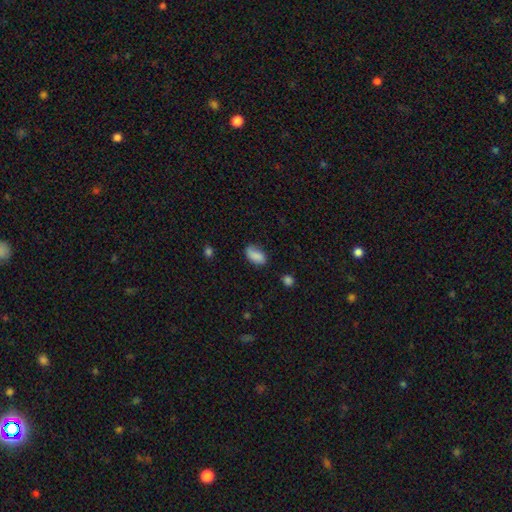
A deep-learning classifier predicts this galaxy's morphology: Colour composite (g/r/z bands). It shows a smooth galaxy with no disk features (84%) that is in between round and cigar-shaped (93%). Merging: none (67%).